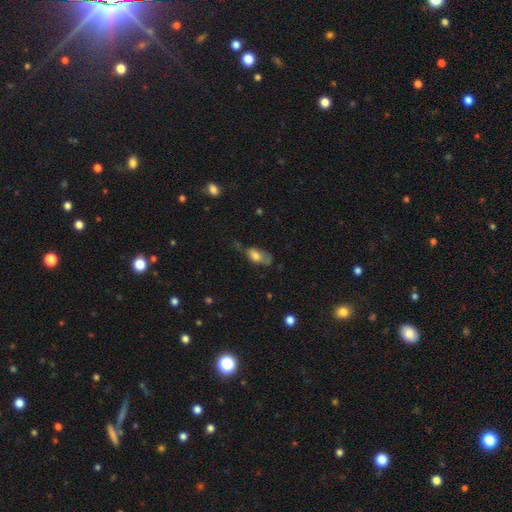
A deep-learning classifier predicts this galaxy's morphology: smooth 69%, featured or disk 22%, star or artifact 9%. Down the decision tree: how rounded — in between (87%); merging — none (34%, tied with minor disturbance).